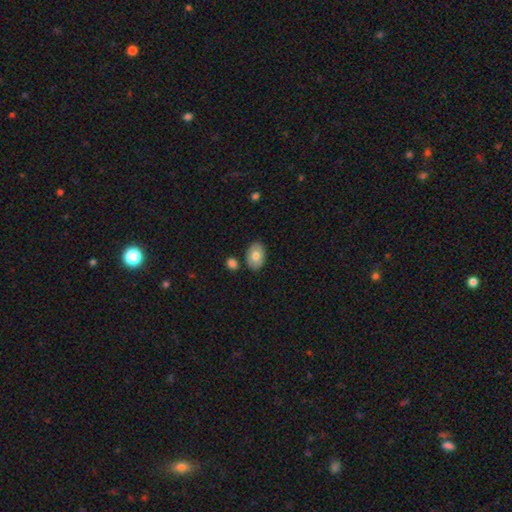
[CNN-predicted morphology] A smooth galaxy with no disk features (74%) that is in between round and cigar-shaped (87%). Merging: none (81%).